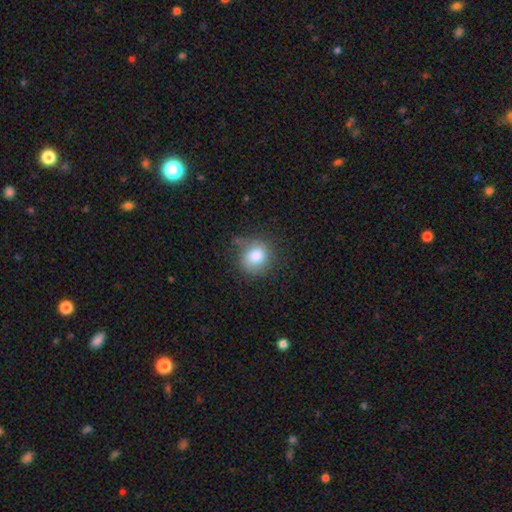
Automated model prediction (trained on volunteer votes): This appears to be a smooth galaxy with no disk features (82%) that is round (81%). Merging: none (69%).